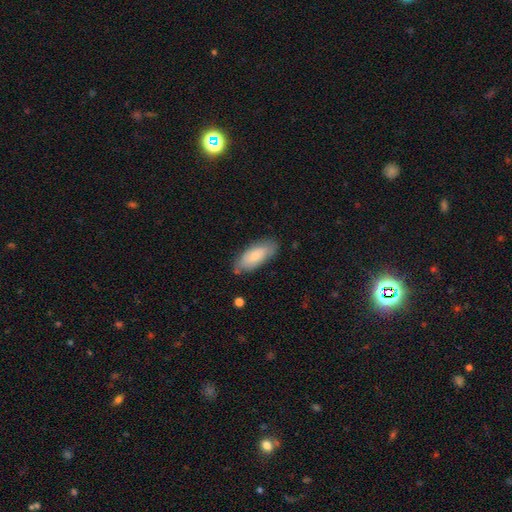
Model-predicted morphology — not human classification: Overall: smooth (75%). How rounded: in between (82%). Merging: none (76%).